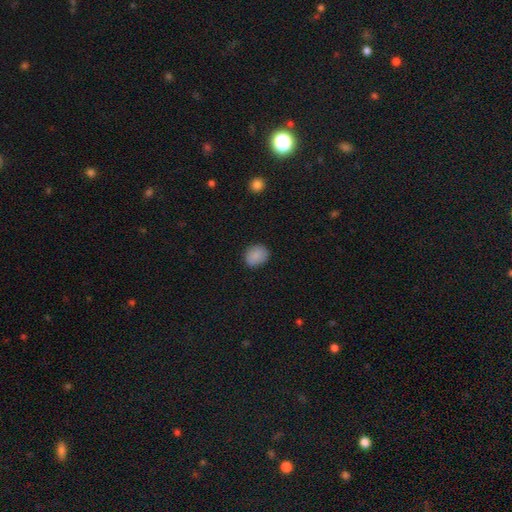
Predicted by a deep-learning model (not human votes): Smooth or featured: smooth — 87% (star or artifact — 9%)
How rounded: round — 61% (in between — 38%)
Merging: none — 86% (minor disturbance — 10%)